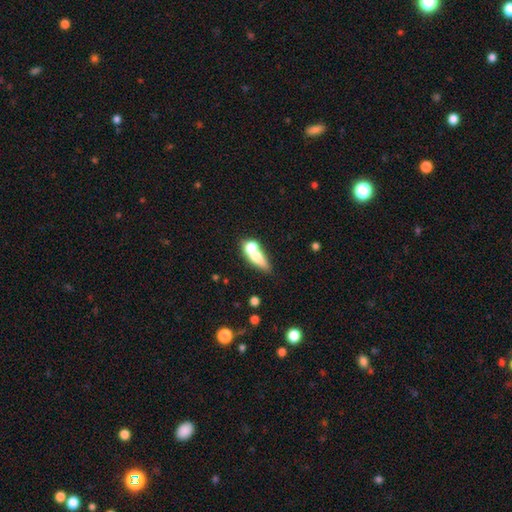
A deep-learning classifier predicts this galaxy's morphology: This is likely a smooth galaxy (62%). How rounded: possibly in between (54%). Merging: possibly merger (53%).